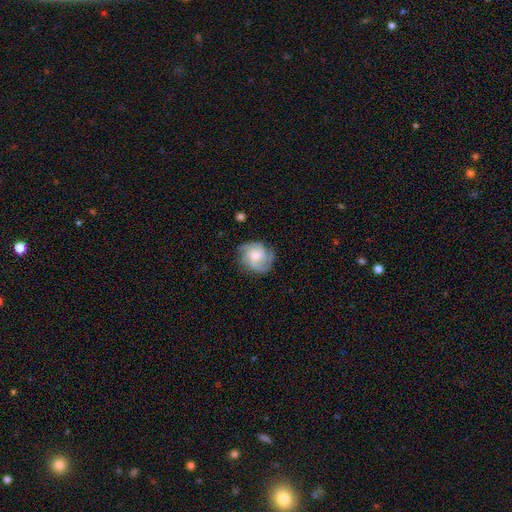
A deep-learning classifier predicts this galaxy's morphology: A featured or disk galaxy (62%) with no bar (59%), 3 (36%) medium (46%) spiral arms (91%) and a moderate central bulge (51%).

Vote fractions:
- Smooth or featured? featured or disk: 62% / smooth: 31% / star or artifact: 7%
- Edge-on disk? no: 97% / yes: 3%
- Bar? no: 59% / weak: 35% / strong: 6%
- Spiral arms? yes: 91% / no: 9%
- Spiral winding? medium: 46% / tight: 35% / loose: 19%
- Spiral arm count? 3: 36% / 2: 26% / can't tell: 20% / 4: 9% / 1: 5% / more than 4: 4%
- Bulge size? moderate: 51% / small: 27% / large: 13% / none: 7% / dominant: 2%
- Merging? none: 72% / minor disturbance: 19% / major disturbance: 7% / merger: 1%